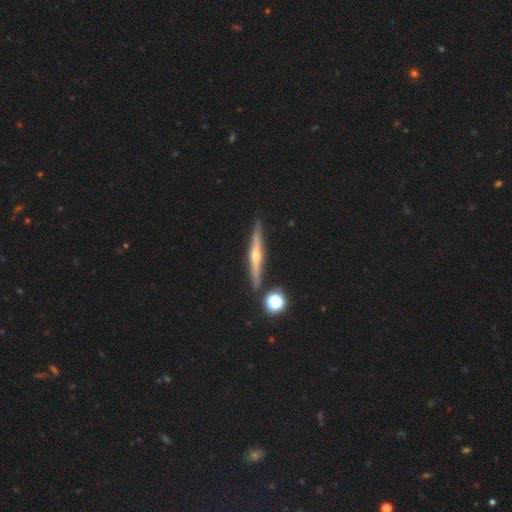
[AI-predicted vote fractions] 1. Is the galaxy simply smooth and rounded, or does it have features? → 76% featured or disk, 16% smooth, 8% star or artifact.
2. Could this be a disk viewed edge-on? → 97% yes, 3% no.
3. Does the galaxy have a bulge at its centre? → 86% rounded, 9% none, 5% boxy.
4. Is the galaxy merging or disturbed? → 86% none, 8% minor disturbance, 4% merger, 2% major disturbance.